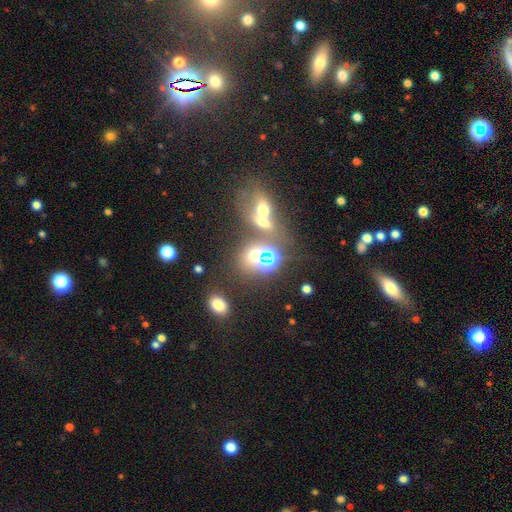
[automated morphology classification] This appears to be a smooth galaxy with no disk features (44%). Merging: none (45%).